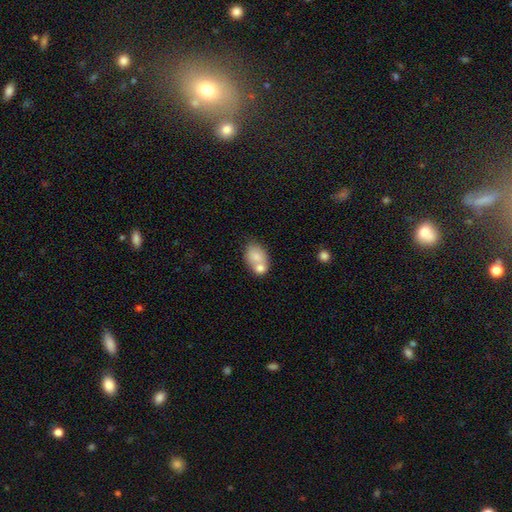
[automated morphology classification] A smooth galaxy with no disk features (75%) that is in between round and cigar-shaped (76%). Merging: merger (49%).